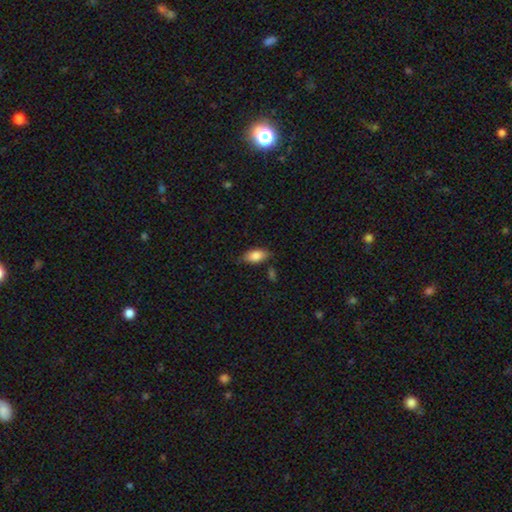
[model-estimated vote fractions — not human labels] This is clearly a smooth galaxy (83%). How rounded: clearly in between (91%). Merging: likely none (77%).